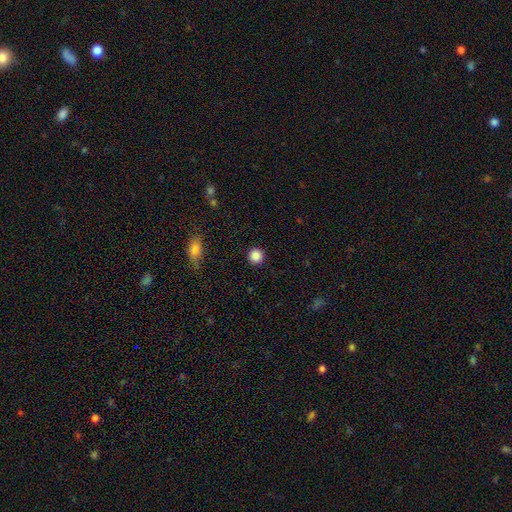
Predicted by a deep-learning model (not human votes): Q: Smooth or featured?
A: smooth (87%); runner-up: star or artifact (10%)
Q: How rounded?
A: round (94%); runner-up: in between (5%)
Q: Merging?
A: none (92%); runner-up: minor disturbance (5%)